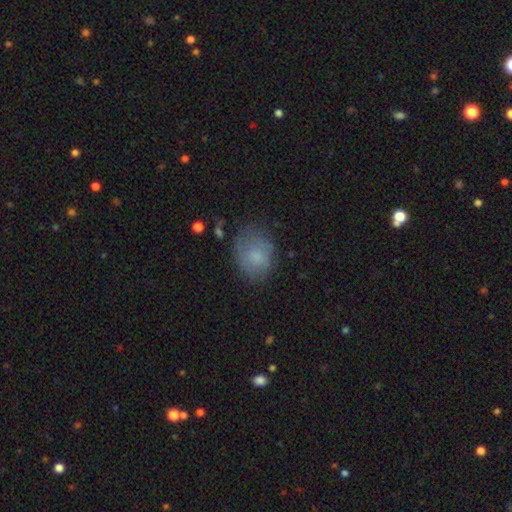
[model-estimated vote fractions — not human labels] The model was most divided on "how rounded": round: 52%, in between: 47%, cigar-shaped: 1%. More confident: smooth or featured — smooth (71%); merging — none (61%).